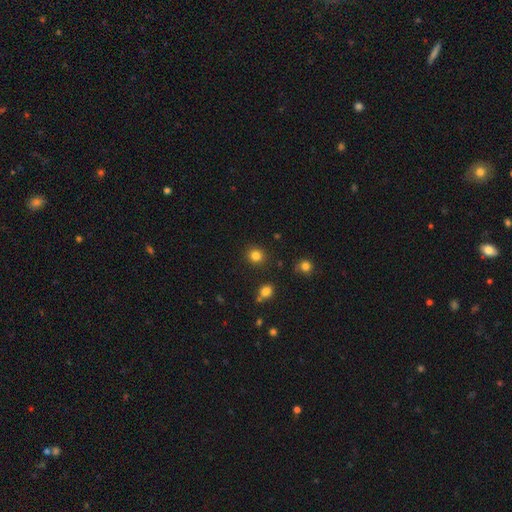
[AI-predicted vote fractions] Overall: smooth (82%). How rounded: round (88%). Merging: none (89%).